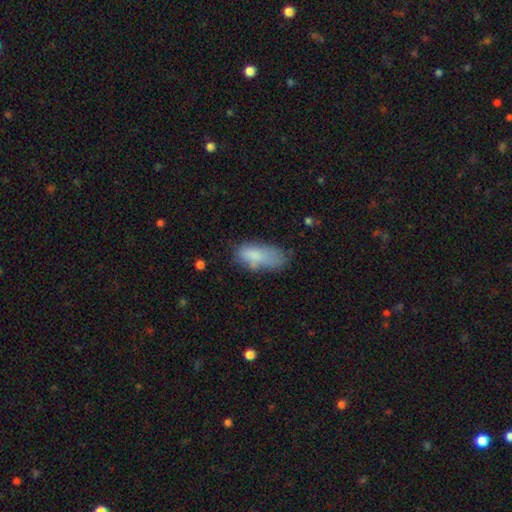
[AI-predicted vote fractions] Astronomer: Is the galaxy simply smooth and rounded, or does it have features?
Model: smooth — 78%.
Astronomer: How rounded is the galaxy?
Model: in between — 85%.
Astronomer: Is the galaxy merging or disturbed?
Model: none — 41% (runner-up: minor disturbance, 34%).